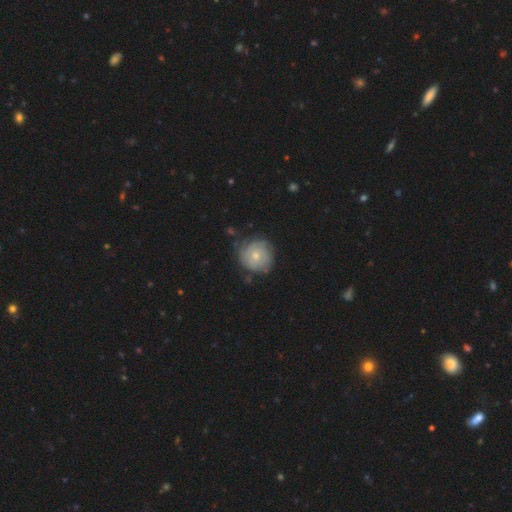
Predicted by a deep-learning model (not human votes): Smooth or featured? featured or disk (57%)
Edge-on disk? no (98%)
Bar? no (78%)
Spiral arms? yes (79%)
Bulge size? moderate (49%)
Merging? none (70%)